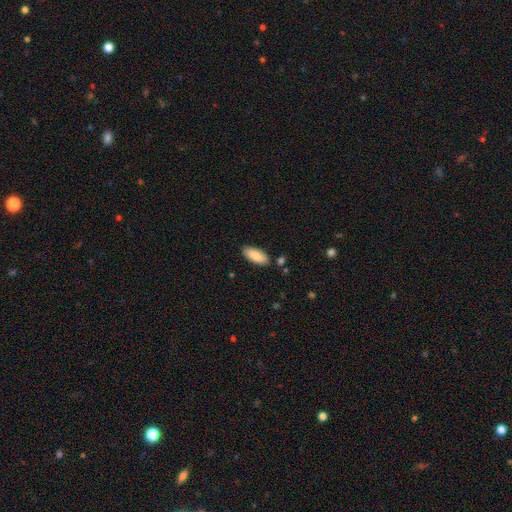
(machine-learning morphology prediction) Smooth or featured? Predicted: smooth (p=0.86). How rounded? Predicted: in between (p=0.85). Merging? Predicted: none (p=0.84).